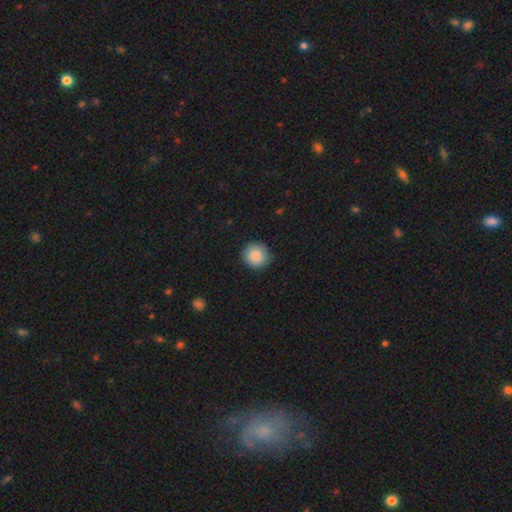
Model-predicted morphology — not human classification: smooth 87%, star or artifact 8%, featured or disk 5%. Down the decision tree: how rounded — round (92%); merging — none (87%).